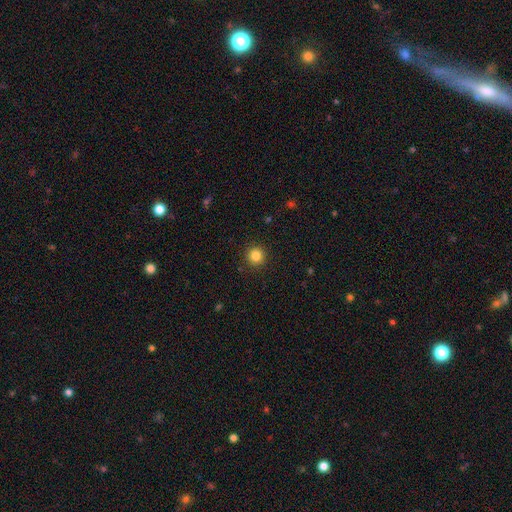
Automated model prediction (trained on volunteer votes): Smooth or featured: smooth — 84% (star or artifact — 12%)
How rounded: round — 95% (in between — 4%)
Merging: none — 92% (minor disturbance — 5%)